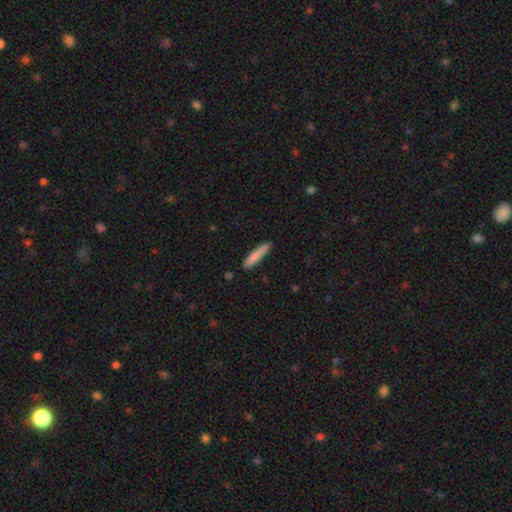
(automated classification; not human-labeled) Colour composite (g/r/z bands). It shows a smooth galaxy with no disk features (83%) that is cigar-shaped (90%). Merging: none (88%).